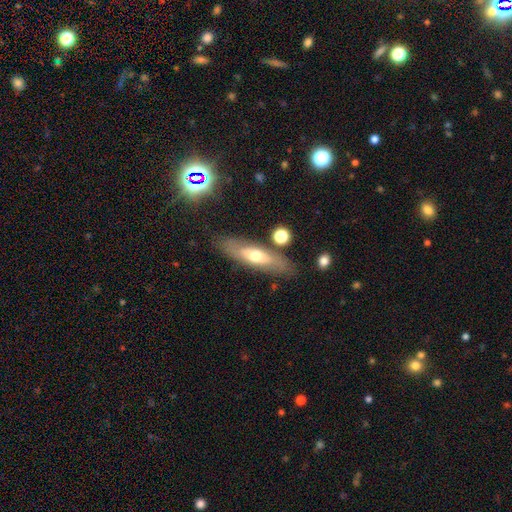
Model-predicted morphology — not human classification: Q: Smooth or featured?
A: smooth (47%); runner-up: featured or disk (46%)
Q: Merging?
A: none (78%); runner-up: minor disturbance (13%)